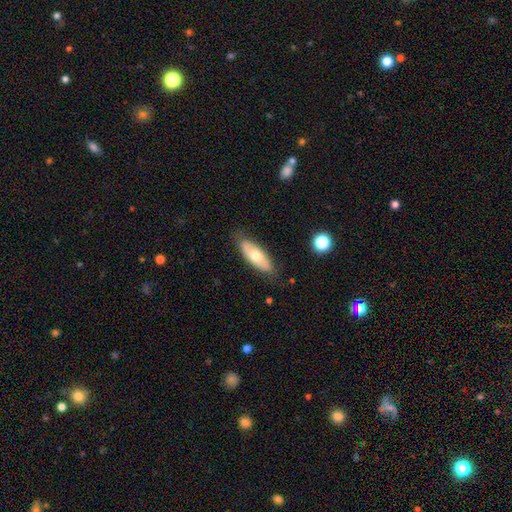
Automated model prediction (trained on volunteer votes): smooth_or_featured: smooth (p=0.61) [alt: featured or disk p=0.33]
how_rounded: in between (p=0.73) [alt: cigar-shaped p=0.25]
merging: none (p=0.80) [alt: minor disturbance p=0.15]